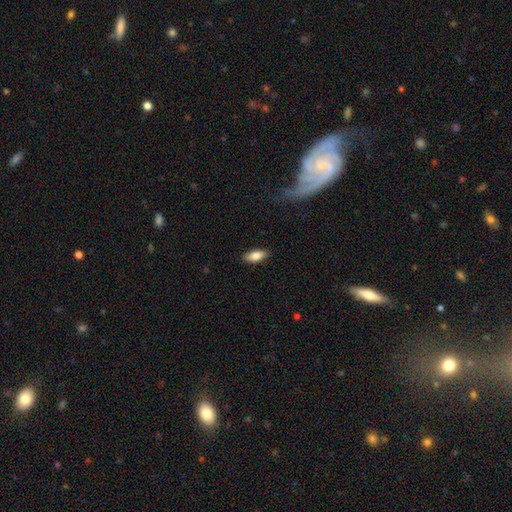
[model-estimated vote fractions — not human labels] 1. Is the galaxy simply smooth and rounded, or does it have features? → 80% smooth, 13% featured or disk, 6% star or artifact.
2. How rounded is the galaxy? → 82% in between, 16% cigar-shaped, 2% round.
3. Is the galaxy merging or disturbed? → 87% none, 10% minor disturbance, 2% major disturbance, 1% merger.